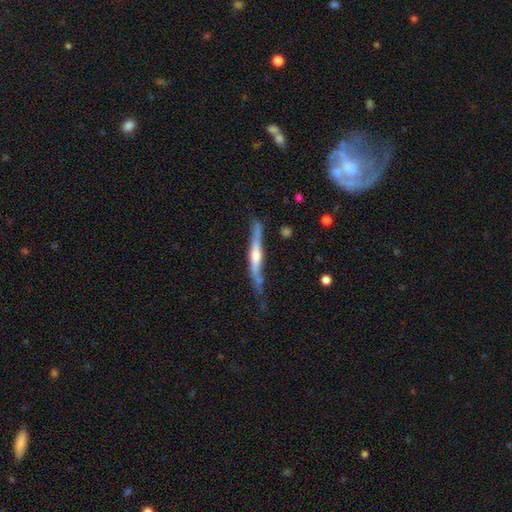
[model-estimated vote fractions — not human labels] Smooth or featured? Predicted: featured or disk (p=0.66). Edge-on disk? Predicted: yes (p=0.92). Edge-on bulge? Predicted: rounded (p=0.59). Merging? Predicted: none (p=0.59).